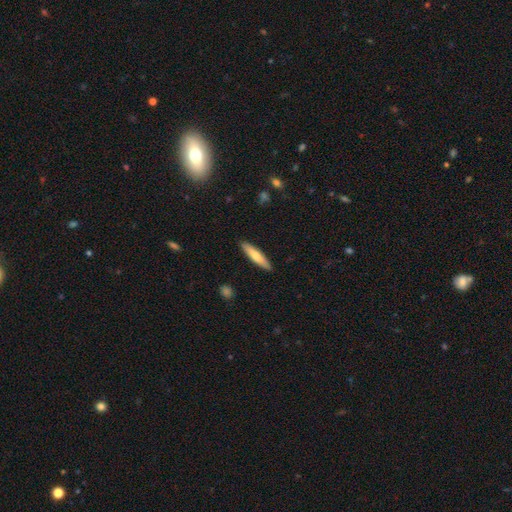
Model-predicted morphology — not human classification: Overall: smooth (66%; featured or disk 28%). How rounded: cigar-shaped (84%). Merging: none (91%).